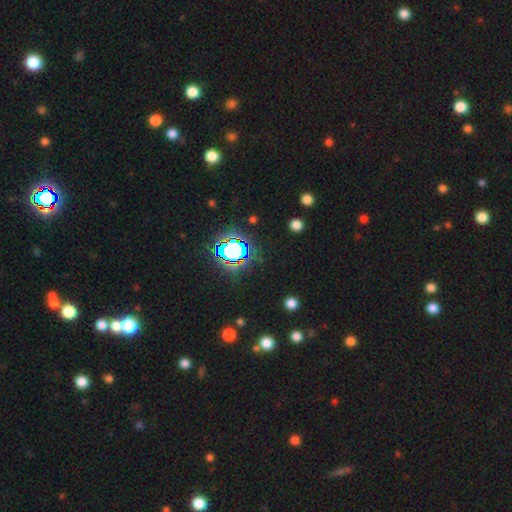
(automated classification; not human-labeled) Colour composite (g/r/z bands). It shows a star or artifact, not a galaxy (80%).